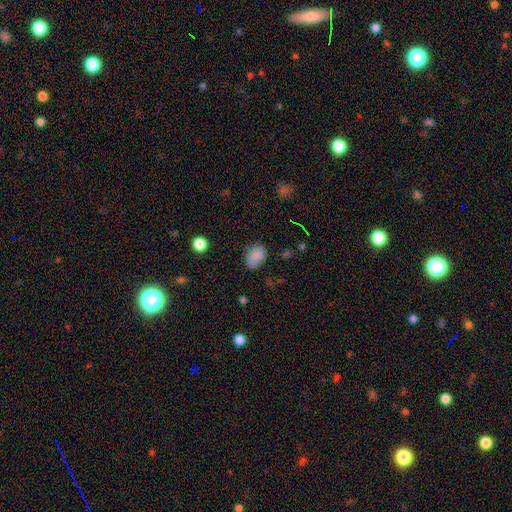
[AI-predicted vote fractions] This is clearly a smooth galaxy (82%). How rounded: likely in between (78%). Merging: likely none (69%).